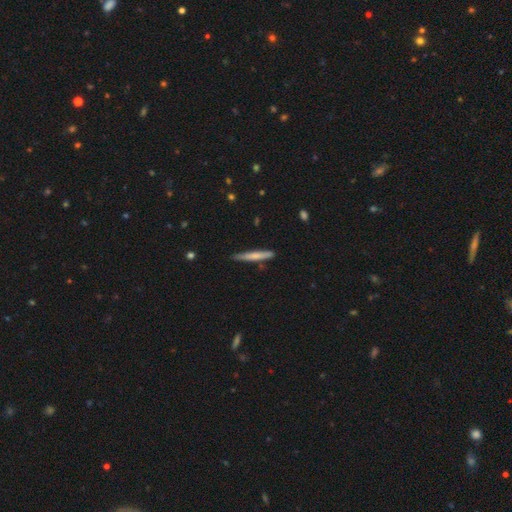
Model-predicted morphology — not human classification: Smooth or featured: smooth — 66% (featured or disk — 29%)
How rounded: cigar-shaped — 95% (in between — 4%)
Merging: none — 81% (minor disturbance — 15%)